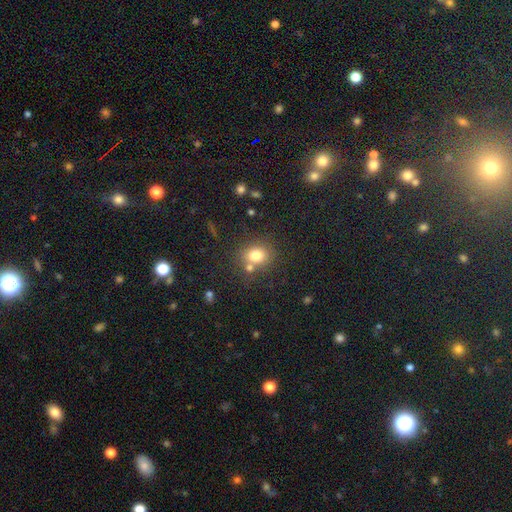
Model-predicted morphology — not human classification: The model was most divided on "how rounded": round: 68%, in between: 31%, cigar-shaped: 1%. More confident: smooth or featured — smooth (76%); merging — none (64%).